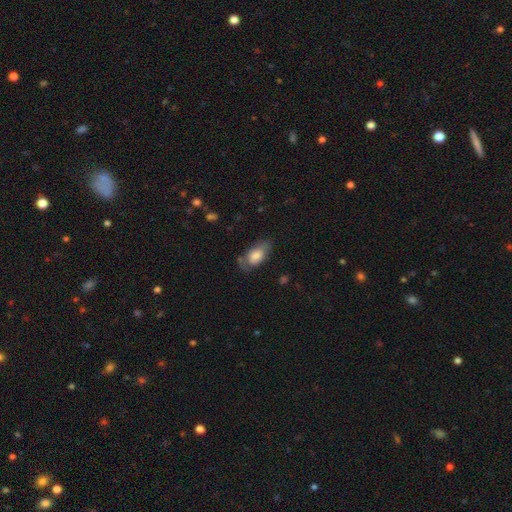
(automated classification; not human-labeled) Smooth or featured? smooth (71%)
How rounded? in between (90%)
Merging? none (56%)